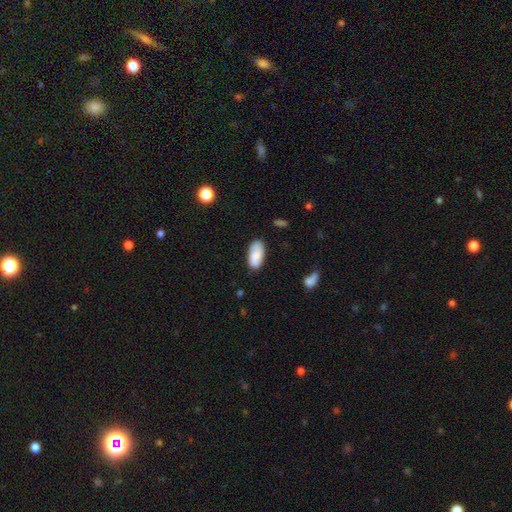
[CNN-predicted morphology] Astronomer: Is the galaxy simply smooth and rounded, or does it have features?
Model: smooth — 80%.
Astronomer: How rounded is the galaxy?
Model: in between — 92%.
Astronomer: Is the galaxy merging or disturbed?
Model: none — 78%.